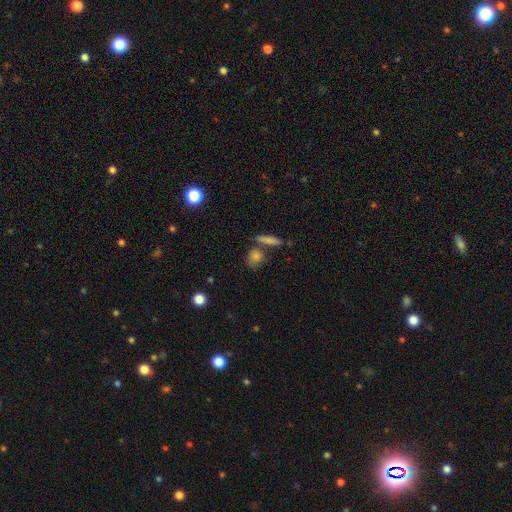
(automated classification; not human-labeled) smooth 70%, star or artifact 16%, featured or disk 14%. Down the decision tree: how rounded — round (55%); merging — none (68%).